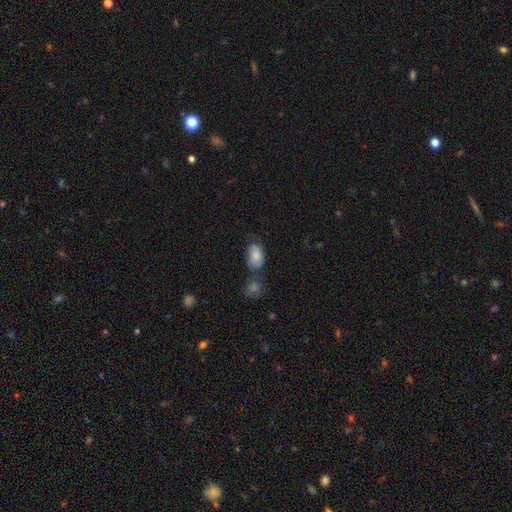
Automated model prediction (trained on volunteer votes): The model was most divided on "merging": none: 45%, minor disturbance: 28%, merger: 16%, major disturbance: 11%. More confident: how rounded — in between (89%); smooth or featured — smooth (79%).